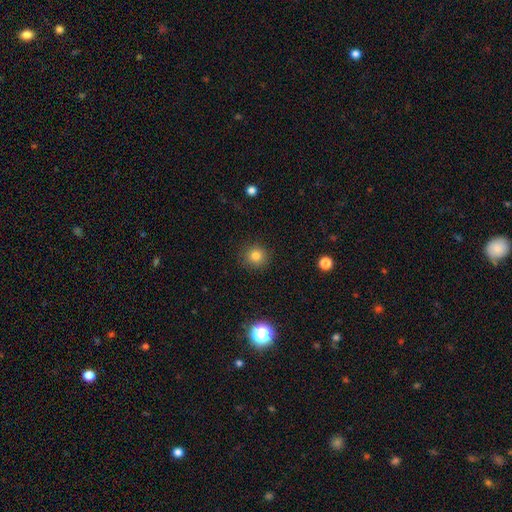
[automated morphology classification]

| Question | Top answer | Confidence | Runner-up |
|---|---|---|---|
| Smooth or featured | smooth | 80% | star or artifact (14%) |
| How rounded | round | 93% | in between (6%) |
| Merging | none | 90% | minor disturbance (7%) |